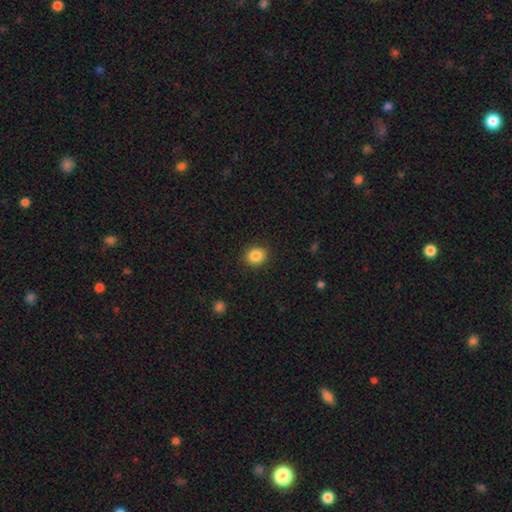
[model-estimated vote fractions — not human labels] smooth 86%, star or artifact 10%, featured or disk 4%. Down the decision tree: how rounded — round (71%); merging — none (91%).